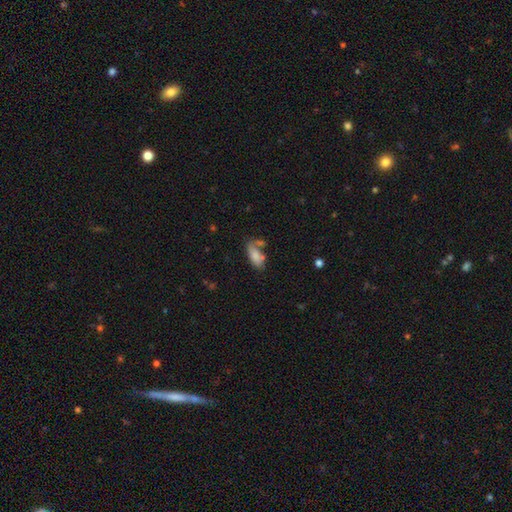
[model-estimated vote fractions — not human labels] Smooth or featured? Predicted: smooth (p=0.80). How rounded? Predicted: in between (p=0.81). Merging? Predicted: none (p=0.48).